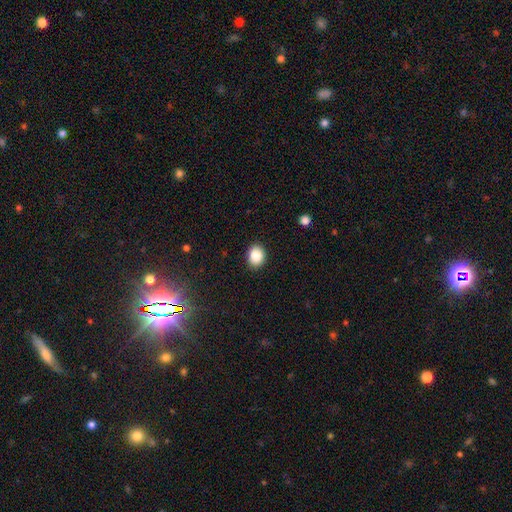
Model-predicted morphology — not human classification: This is clearly a smooth galaxy (88%). How rounded: possibly round (56%). Merging: clearly none (90%).